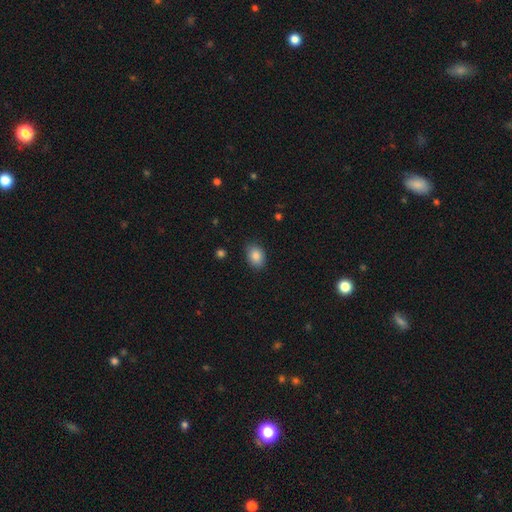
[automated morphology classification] This is clearly a smooth galaxy (86%). How rounded: likely in between (76%). Merging: clearly none (85%).